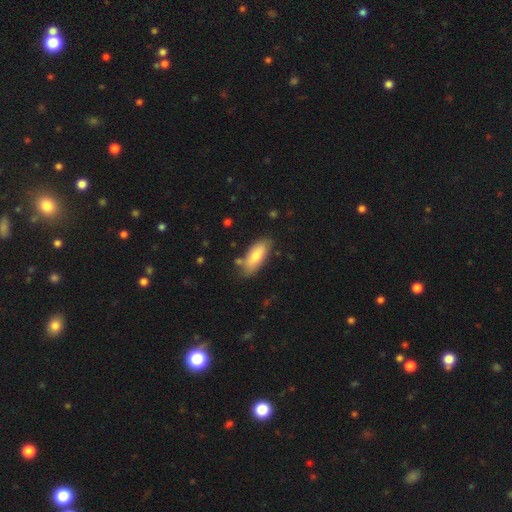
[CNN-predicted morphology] Smooth or featured? smooth (76%)
How rounded? in between (80%)
Merging? none (76%)